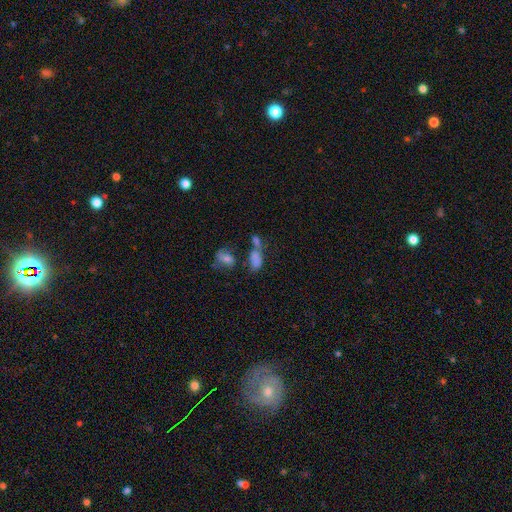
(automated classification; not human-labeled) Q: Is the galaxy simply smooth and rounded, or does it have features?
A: smooth — 70%.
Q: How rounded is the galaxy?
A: in between — 81%.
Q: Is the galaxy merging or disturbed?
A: merger — 48%.